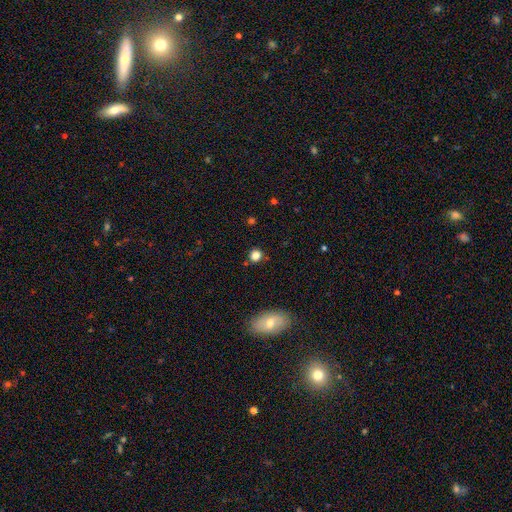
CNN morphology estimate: A smooth galaxy with no disk features (81%) that is round (85%).

Vote fractions:
- Smooth or featured? smooth: 81% / star or artifact: 14% / featured or disk: 5%
- How rounded? round: 85% / in between: 14% / cigar-shaped: 1%
- Merging? none: 87% / minor disturbance: 9% / major disturbance: 3% / merger: 2%